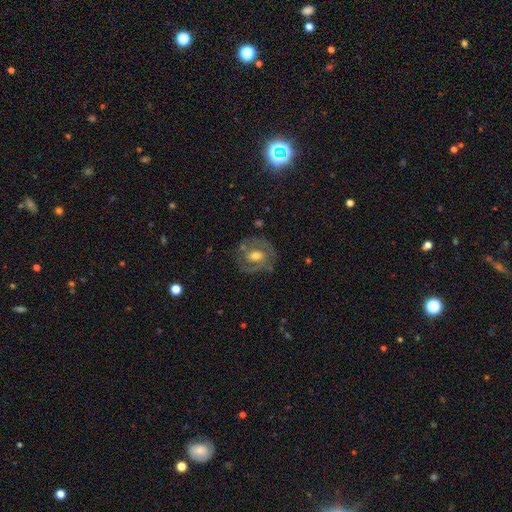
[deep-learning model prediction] Smooth or featured: featured or disk — 70% (smooth — 21%)
Edge-on disk: no — 96% (yes — 4%)
Bar: no — 49% (weak — 37%)
Spiral arms: yes — 68% (no — 32%)
Bulge size: moderate — 69% (small — 19%)
Merging: none — 76% (minor disturbance — 15%)